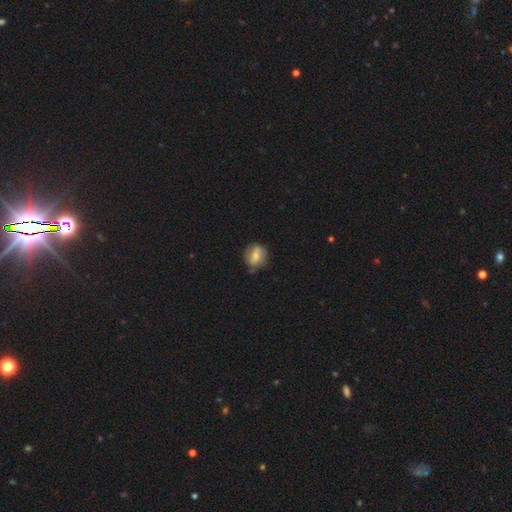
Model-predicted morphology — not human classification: smooth_or_featured: smooth (p=0.58) [alt: featured or disk p=0.34]
how_rounded: round (p=0.65) [alt: in between p=0.33]
merging: none (p=0.76) [alt: minor disturbance p=0.17]